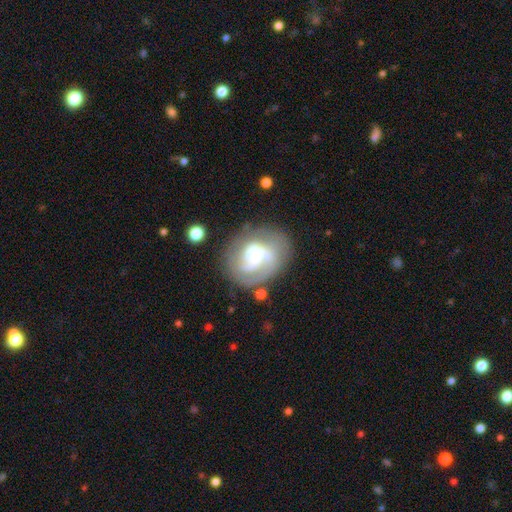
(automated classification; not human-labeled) Smooth or featured? featured or disk (79%)
Edge-on disk? no (98%)
Bar? no (56%)
Spiral arms? yes (95%)
Spiral winding? medium (44%)
Spiral arm count? 2 (40%)
Bulge size? small (54%)
Merging? none (68%)